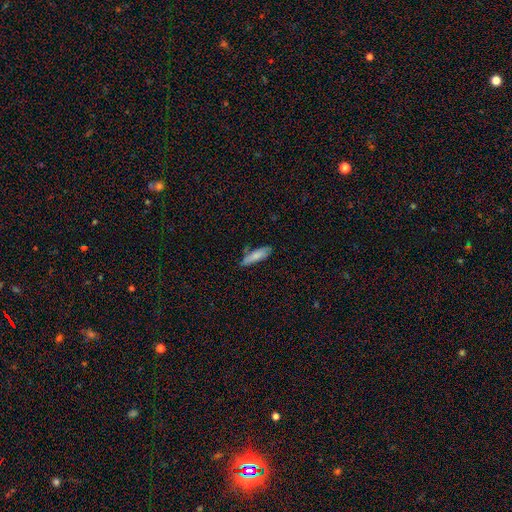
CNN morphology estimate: A smooth galaxy with no disk features (79%) that is cigar-shaped (54%). Merging: none (72%).